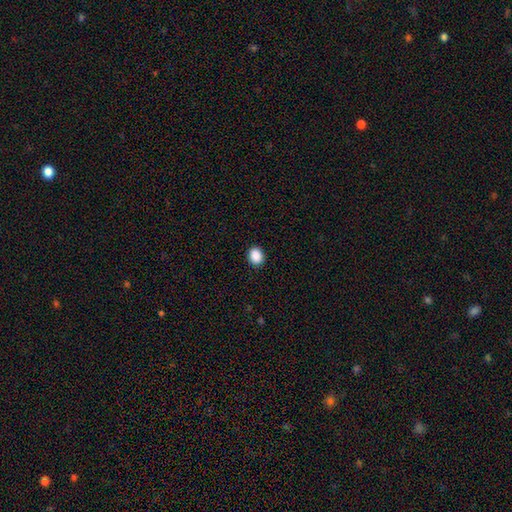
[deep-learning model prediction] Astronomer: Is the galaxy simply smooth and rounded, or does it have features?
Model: smooth — 89%.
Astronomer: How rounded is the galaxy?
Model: round — 57% (runner-up: in between, 42%).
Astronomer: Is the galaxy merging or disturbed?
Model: none — 91%.